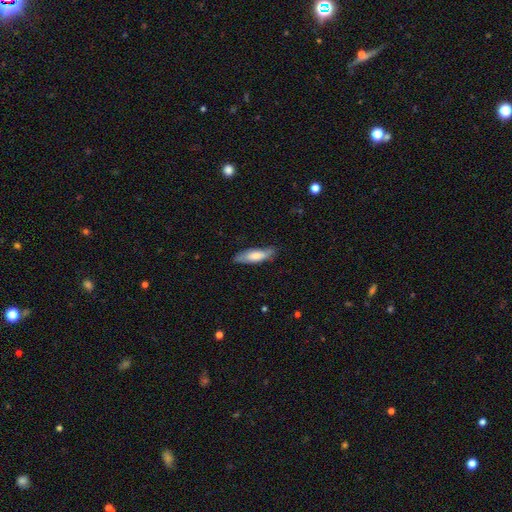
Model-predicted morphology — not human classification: smooth-or-featured: smooth: 68% | featured or disk: 27% | star or artifact: 6%
  how-rounded: cigar-shaped: 51% | in between: 48% | round: 2%
  merging: none: 78% | minor disturbance: 18% | major disturbance: 3% | merger: 1%